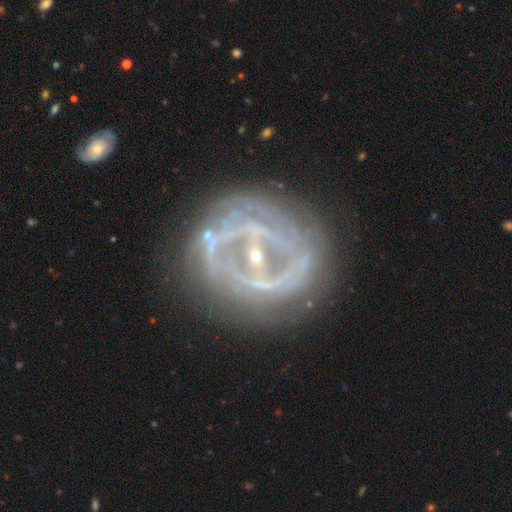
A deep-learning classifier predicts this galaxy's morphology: A featured or disk galaxy (83%) with a strong bar (52%), 2 (43%) tight (54%) spiral arms (66%) and a small central bulge (76%). Merging: none (70%).